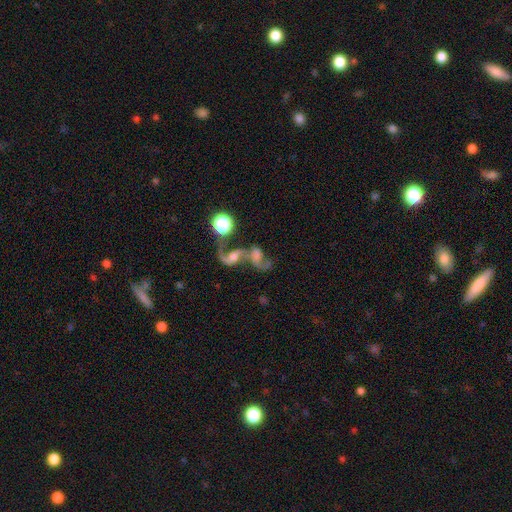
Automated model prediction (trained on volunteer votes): Q: Smooth or featured?
A: featured or disk (65%); runner-up: smooth (20%)
Q: Edge-on disk?
A: no (95%); runner-up: yes (5%)
Q: Bar?
A: no (54%); runner-up: weak (33%)
Q: Spiral arms?
A: yes (82%); runner-up: no (18%)
Q: Spiral winding?
A: loose (82%); runner-up: medium (14%)
Q: Spiral arm count?
A: 2 (75%); runner-up: 1 (17%)
Q: Bulge size?
A: moderate (34%); runner-up: small (26%)
Q: Merging?
A: merger (60%); runner-up: none (19%)